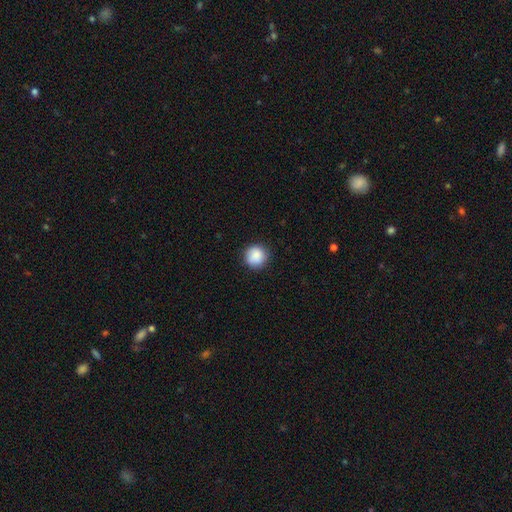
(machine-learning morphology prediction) Overall: smooth (84%). How rounded: round (93%). Merging: none (85%).